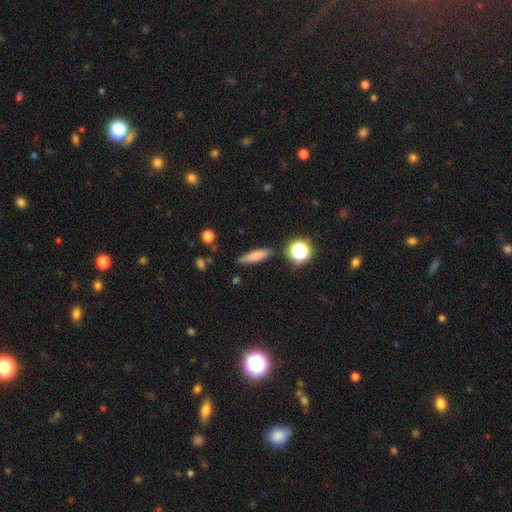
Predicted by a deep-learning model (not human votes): The model was most divided on "how rounded": cigar-shaped: 70%, in between: 25%, round: 5%. More confident: merging — none (83%); smooth or featured — smooth (75%).